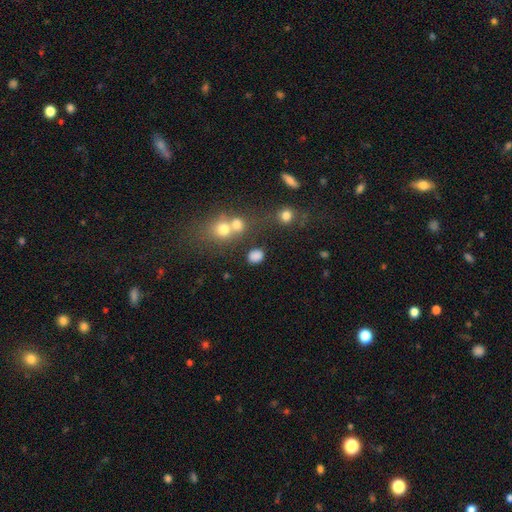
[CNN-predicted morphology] Smooth or featured? smooth (79%)
How rounded? round (52%)
Merging? none (68%)